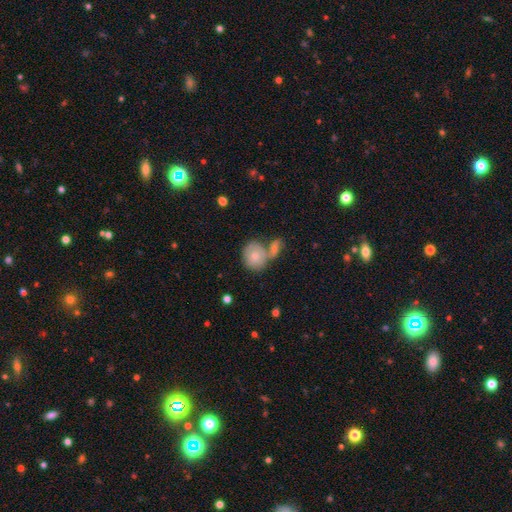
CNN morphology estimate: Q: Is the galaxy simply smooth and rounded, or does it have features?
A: smooth — 71%.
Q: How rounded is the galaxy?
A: round — 71%.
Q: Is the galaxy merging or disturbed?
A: merger — 47%.